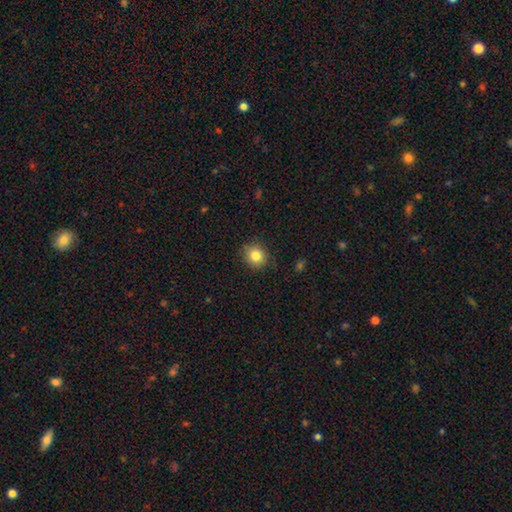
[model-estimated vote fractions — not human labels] Smooth or featured: smooth — 83% (star or artifact — 10%)
How rounded: round — 85% (in between — 15%)
Merging: none — 87% (minor disturbance — 10%)